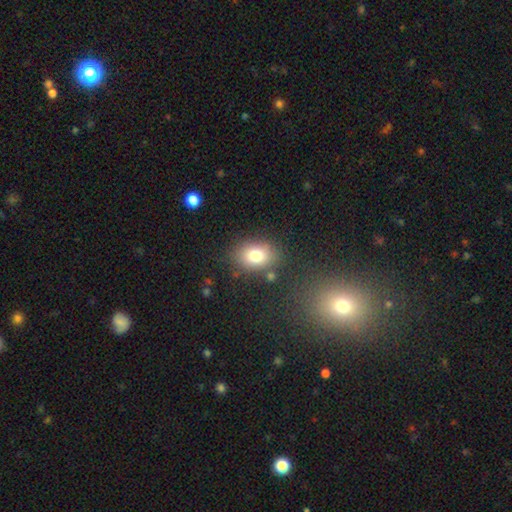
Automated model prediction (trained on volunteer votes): This appears to be a smooth galaxy with no disk features (78%) that is in between round and cigar-shaped (69%). Merging: none (78%).